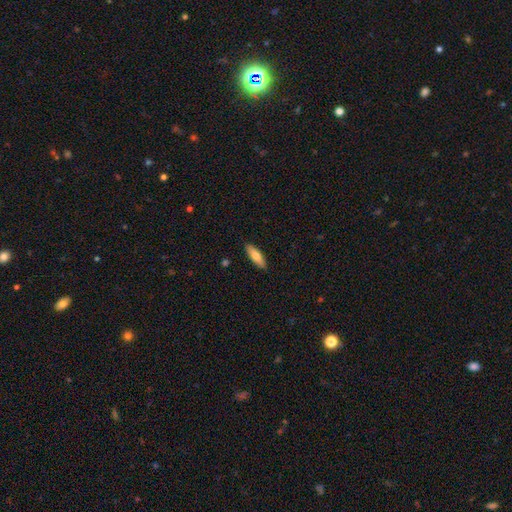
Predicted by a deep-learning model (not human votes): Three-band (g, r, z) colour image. It shows a smooth galaxy with no disk features (74%) that is cigar-shaped (51%). Merging: none (89%).